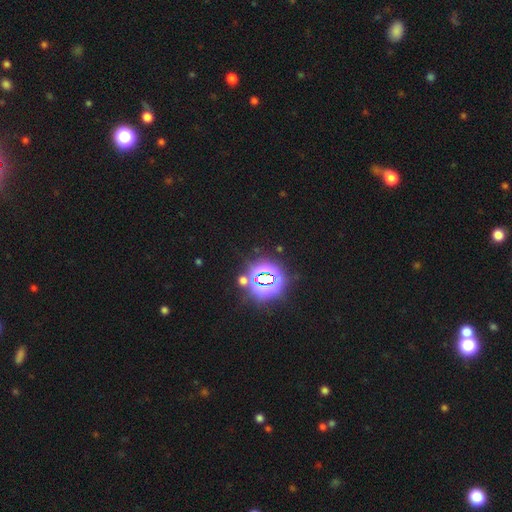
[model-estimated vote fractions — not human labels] Q: Smooth or featured?
A: star or artifact (84%); runner-up: smooth (9%)